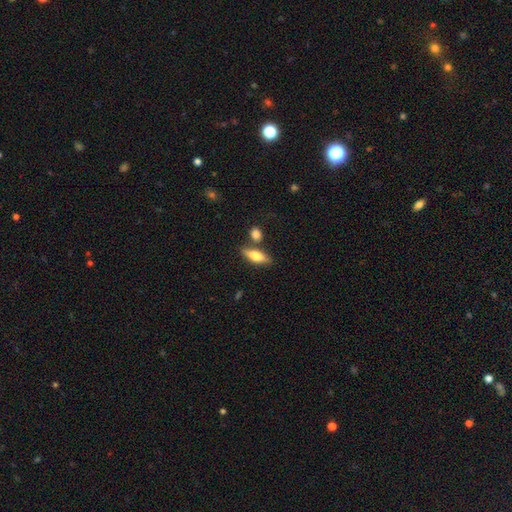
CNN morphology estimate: smooth 65%, featured or disk 29%, star or artifact 7%. Down the decision tree: how rounded — in between (59%); merging — none (71%).